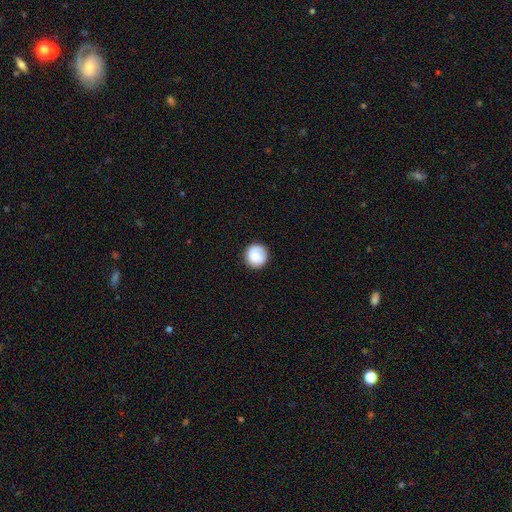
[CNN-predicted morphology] Smooth or featured: smooth — 74% (featured or disk — 18%)
How rounded: round — 93% (in between — 6%)
Merging: none — 88% (minor disturbance — 9%)